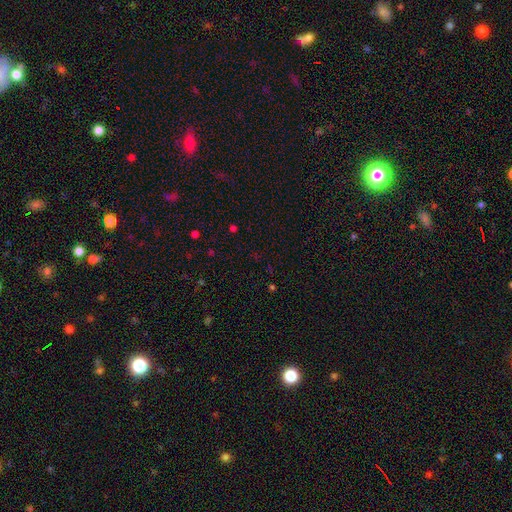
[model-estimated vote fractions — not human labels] This appears to be a star or artifact, not a galaxy (65%).